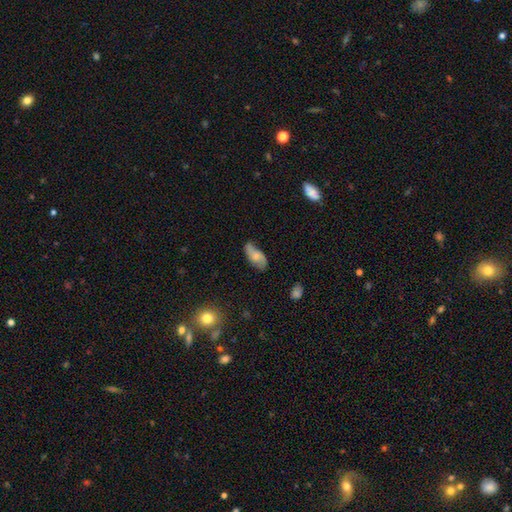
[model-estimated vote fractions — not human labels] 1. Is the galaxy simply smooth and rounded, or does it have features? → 53% smooth, 39% featured or disk, 8% star or artifact.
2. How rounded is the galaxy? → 89% in between, 8% cigar-shaped, 3% round.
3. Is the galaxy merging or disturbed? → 61% none, 29% minor disturbance, 8% major disturbance, 3% merger.